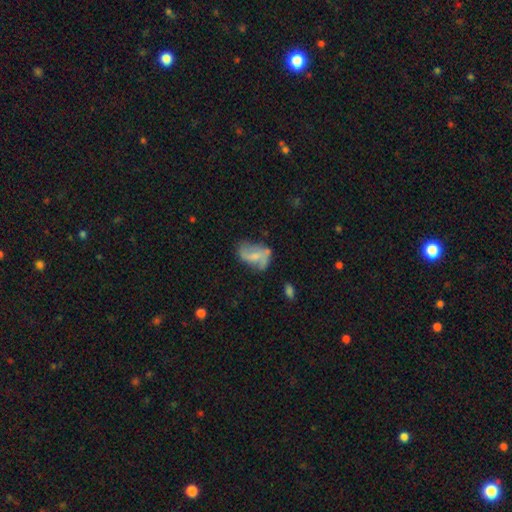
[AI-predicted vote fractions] Q: Smooth or featured?
A: featured or disk (60%); runner-up: smooth (32%)
Q: Edge-on disk?
A: no (97%); runner-up: yes (3%)
Q: Bar?
A: weak (44%); runner-up: no (42%)
Q: Spiral arms?
A: yes (76%); runner-up: no (24%)
Q: Bulge size?
A: small (39%); runner-up: none (32%)
Q: Merging?
A: none (44%); runner-up: minor disturbance (28%)